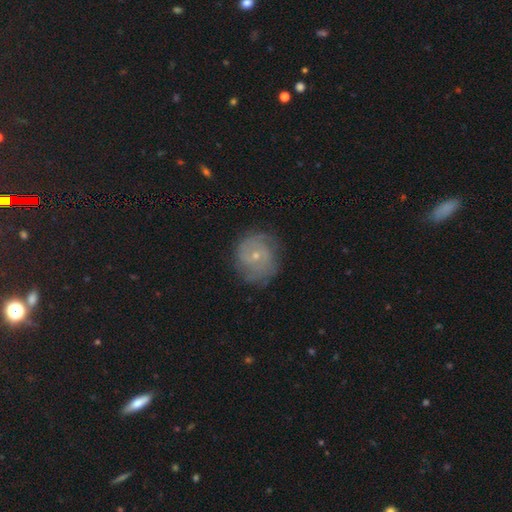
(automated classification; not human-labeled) smooth-or-featured: featured or disk: 71% | smooth: 21% | star or artifact: 8%
  disk-edge-on: no: 98% | yes: 2%
    bar: no: 73% | weak: 23% | strong: 4%
    has-spiral-arms: yes: 90% | no: 10%
      spiral-winding: tight: 57% | medium: 33% | loose: 10%
      spiral-arm-count: 2: 41% | can't tell: 32% | 3: 14% | 1: 5% | 4: 5% | more than 4: 4%
    bulge-size: small: 72% | moderate: 24% | none: 1% | large: 1% | dominant: 1%
  merging: none: 74% | minor disturbance: 18% | major disturbance: 7% | merger: 1%